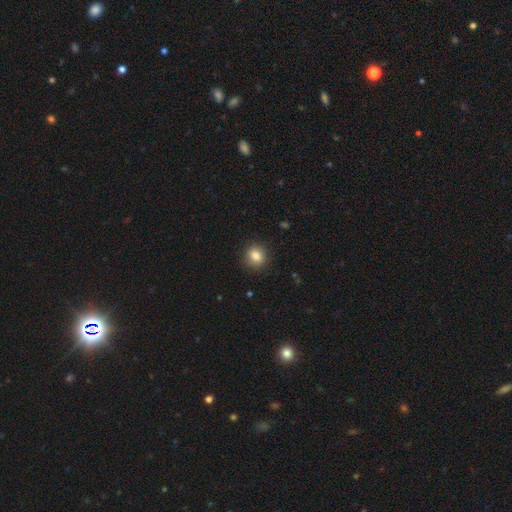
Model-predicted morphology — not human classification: Smooth or featured? smooth (82%)
How rounded? round (76%)
Merging? none (89%)